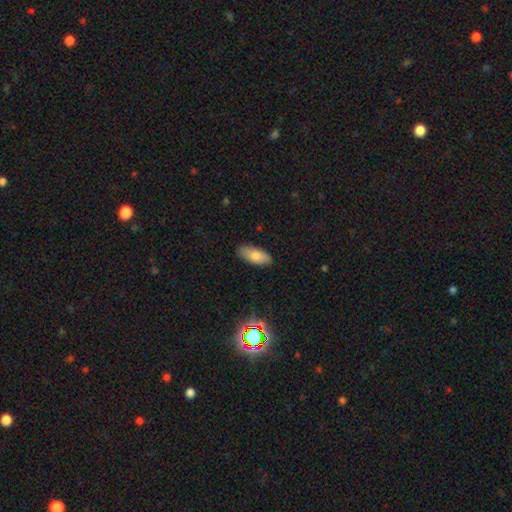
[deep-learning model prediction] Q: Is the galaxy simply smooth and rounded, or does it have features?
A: smooth — 80%.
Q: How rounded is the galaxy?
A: in between — 88%.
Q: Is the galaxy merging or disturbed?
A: none — 86%.